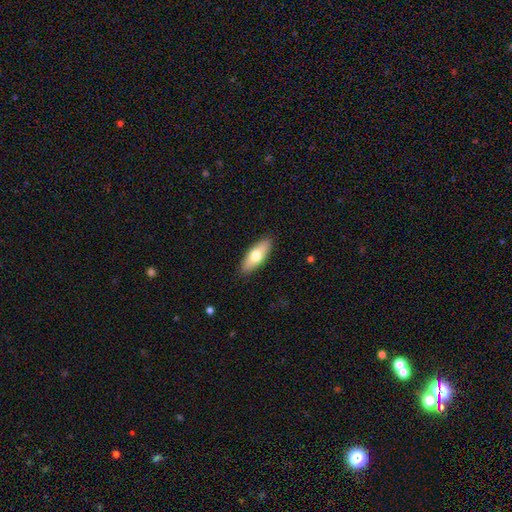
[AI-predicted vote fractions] Q: Smooth or featured?
A: smooth (67%); runner-up: featured or disk (28%)
Q: How rounded?
A: in between (72%); runner-up: cigar-shaped (25%)
Q: Merging?
A: none (89%); runner-up: minor disturbance (8%)